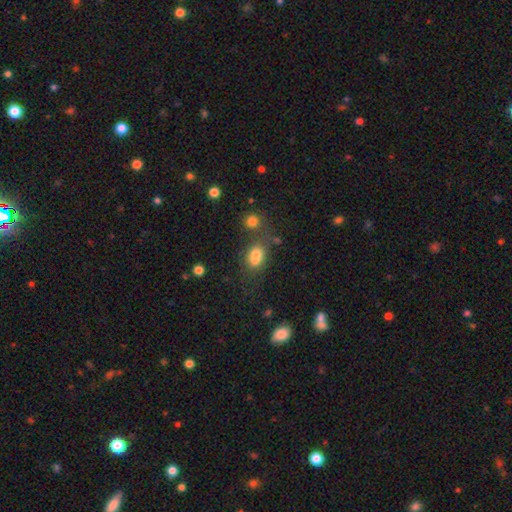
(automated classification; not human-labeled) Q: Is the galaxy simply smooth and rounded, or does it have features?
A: smooth — 75%.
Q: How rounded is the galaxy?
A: in between — 70%.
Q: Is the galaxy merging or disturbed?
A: none — 45%.